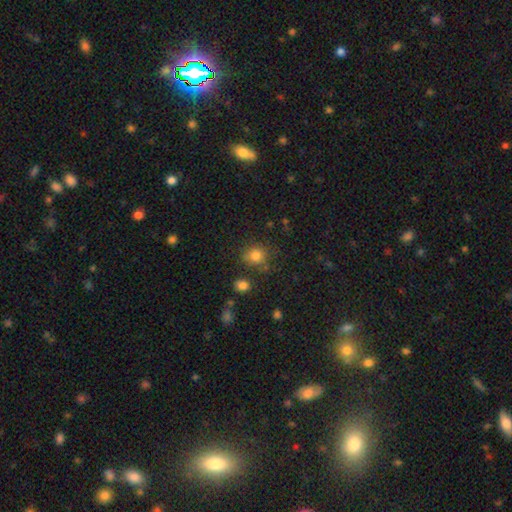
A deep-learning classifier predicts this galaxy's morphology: Smooth or featured? Predicted: smooth (p=0.81). How rounded? Predicted: round (p=0.79). Merging? Predicted: none (p=0.74).